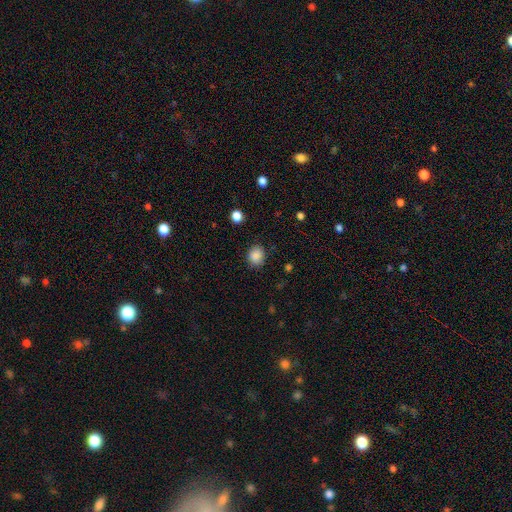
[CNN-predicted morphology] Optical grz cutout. It shows a smooth galaxy with no disk features (87%) that is round (63%). Merging: none (83%).